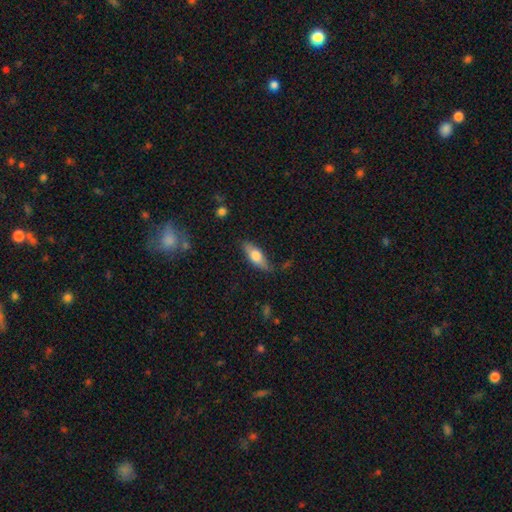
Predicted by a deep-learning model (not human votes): Q: Smooth or featured?
A: smooth (64%); runner-up: featured or disk (30%)
Q: How rounded?
A: in between (68%); runner-up: cigar-shaped (30%)
Q: Merging?
A: none (76%); runner-up: minor disturbance (18%)